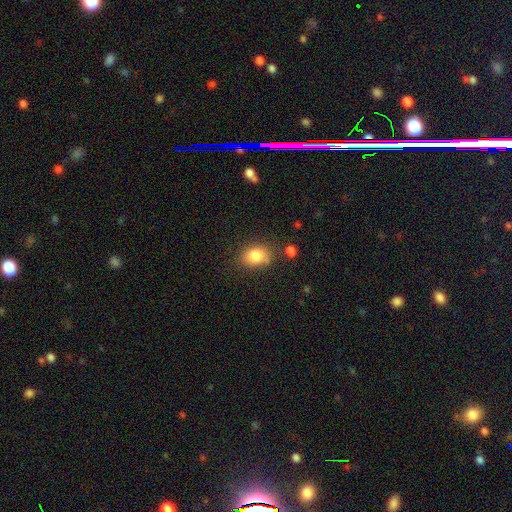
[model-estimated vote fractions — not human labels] A smooth galaxy with no disk features (83%) that is in between round and cigar-shaped (66%). Merging: none (72%).